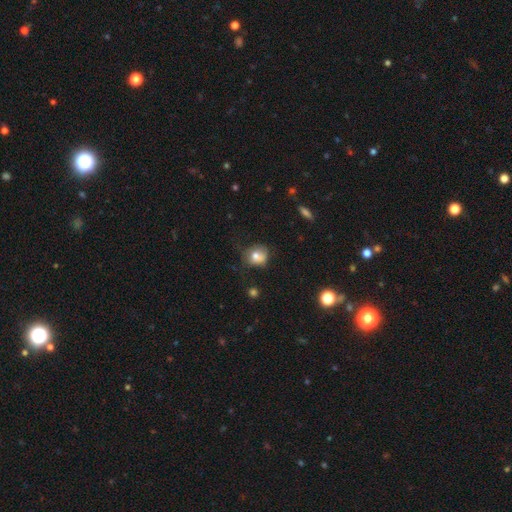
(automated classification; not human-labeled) Q: Smooth or featured?
A: smooth (75%); runner-up: featured or disk (14%)
Q: How rounded?
A: round (71%); runner-up: in between (28%)
Q: Merging?
A: none (54%); runner-up: minor disturbance (30%)